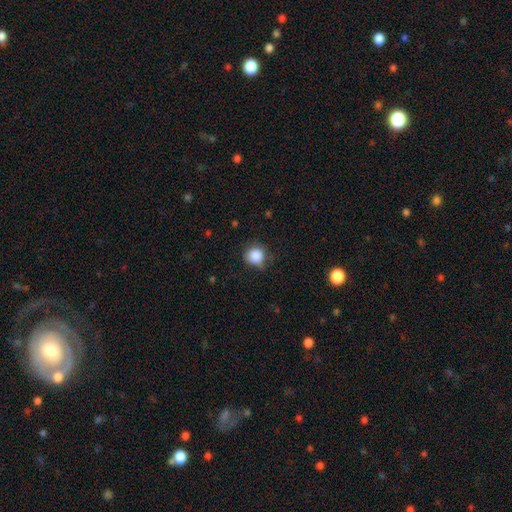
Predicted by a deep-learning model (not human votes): The model was most divided on "merging": none: 65%, minor disturbance: 26%, major disturbance: 7%, merger: 2%. More confident: smooth or featured — smooth (86%); how rounded — round (86%).